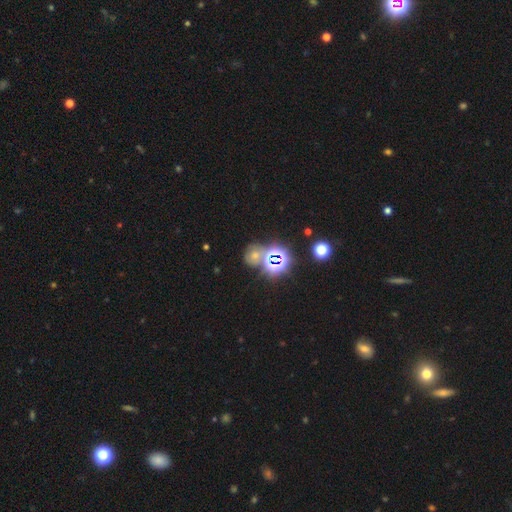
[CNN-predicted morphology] Smooth or featured: star or artifact — 63% (smooth — 25%)